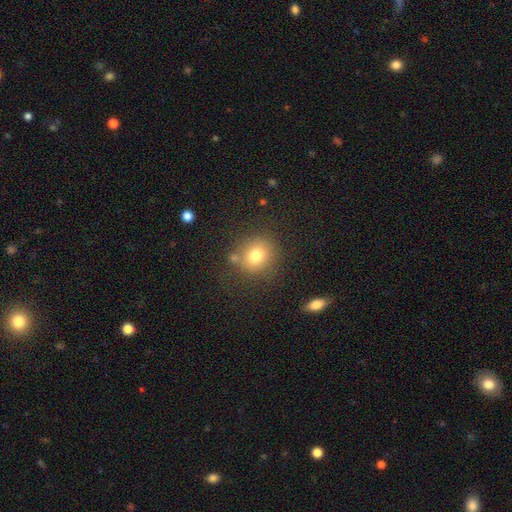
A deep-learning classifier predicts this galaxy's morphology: Smooth or featured? smooth (77%)
How rounded? round (81%)
Merging? none (75%)